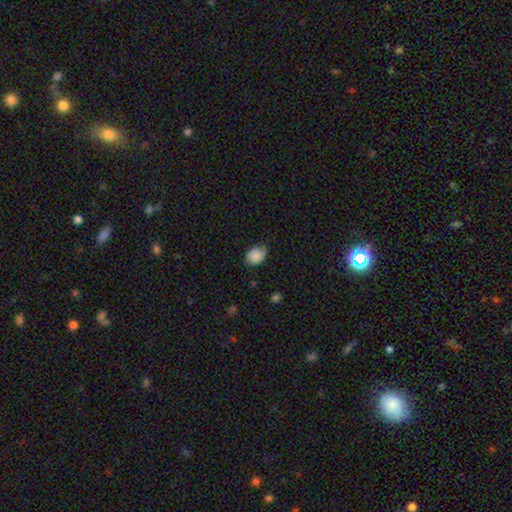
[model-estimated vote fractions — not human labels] The model was most divided on "merging": none: 59%, minor disturbance: 32%, major disturbance: 7%, merger: 1%. More confident: smooth or featured — smooth (82%); how rounded — in between (68%).